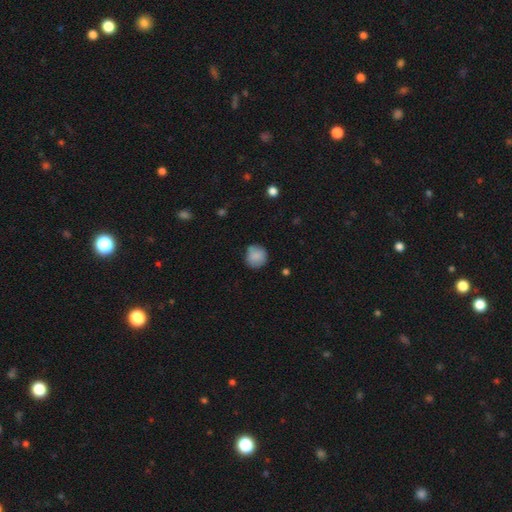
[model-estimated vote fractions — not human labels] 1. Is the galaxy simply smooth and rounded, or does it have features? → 85% smooth, 8% star or artifact, 8% featured or disk.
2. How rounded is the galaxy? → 90% round, 9% in between, 1% cigar-shaped.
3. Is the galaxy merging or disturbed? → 76% none, 18% minor disturbance, 4% major disturbance, 2% merger.